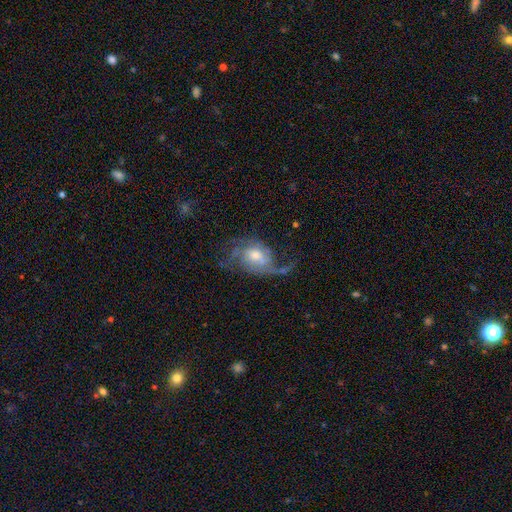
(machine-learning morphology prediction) type=featured or disk (77%); edge-on=no (96%); bar=no (59%); spiral arms=yes (90%); winding=loose (57%); arm count=2 (41%); bulge=moderate (61%); merging=none (40%).